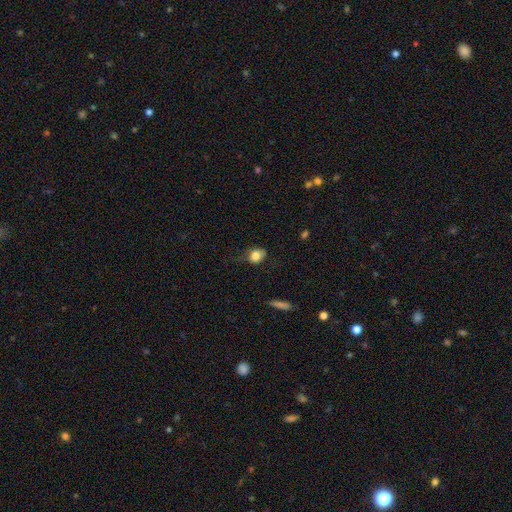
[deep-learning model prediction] The model was most divided on "merging": none: 53%, minor disturbance: 30%, major disturbance: 15%, merger: 2%. More confident: smooth or featured — smooth (81%); how rounded — in between (62%).